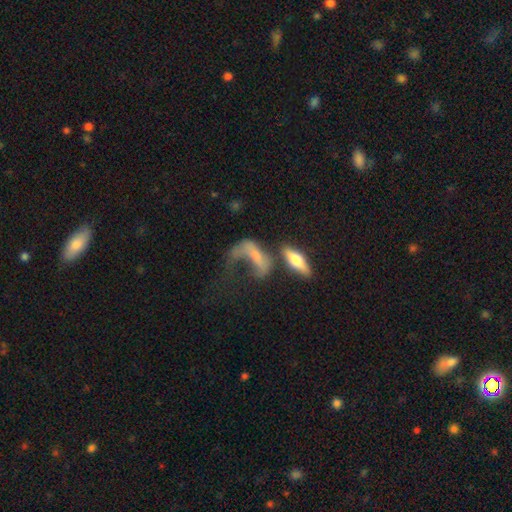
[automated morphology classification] smooth_or_featured: smooth (p=0.46) [alt: featured or disk p=0.44]
merging: major disturbance (p=0.43) [alt: merger p=0.28]